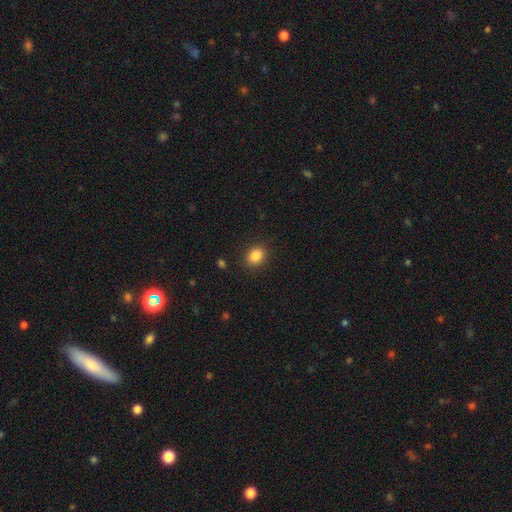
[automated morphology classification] Smooth or featured? Predicted: smooth (p=0.86). How rounded? Predicted: in between (p=0.61). Merging? Predicted: none (p=0.87).